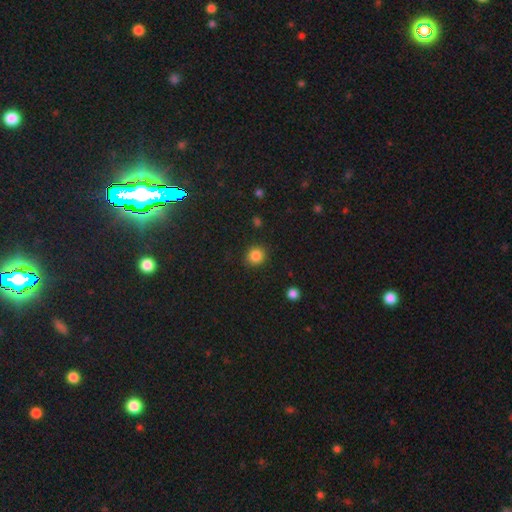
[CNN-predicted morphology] smooth-or-featured: smooth: 85% | star or artifact: 10% | featured or disk: 4%
  how-rounded: round: 85% | in between: 14% | cigar-shaped: 1%
  merging: none: 89% | minor disturbance: 7% | major disturbance: 2% | merger: 1%